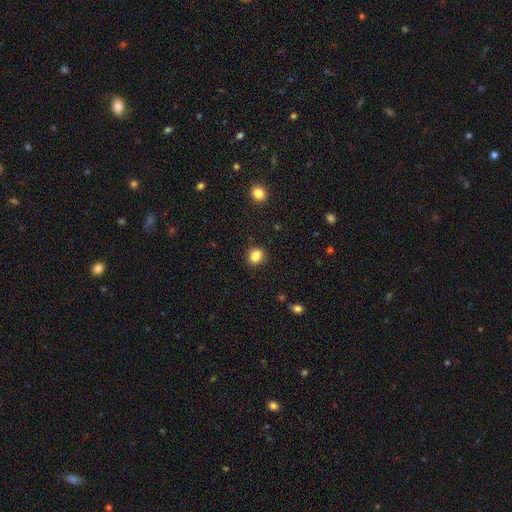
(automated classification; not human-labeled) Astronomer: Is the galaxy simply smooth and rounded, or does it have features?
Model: smooth — 86%.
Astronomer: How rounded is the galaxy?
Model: round — 64%.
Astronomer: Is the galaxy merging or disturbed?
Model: none — 89%.